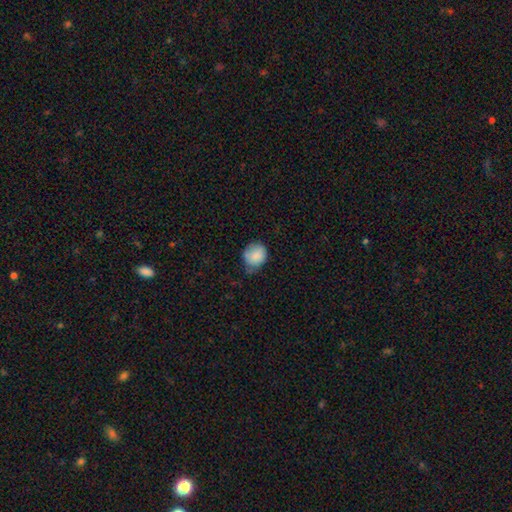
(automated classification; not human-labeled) Morphology: type=smooth (85%); roundness=round (70%); merging=none (53%).